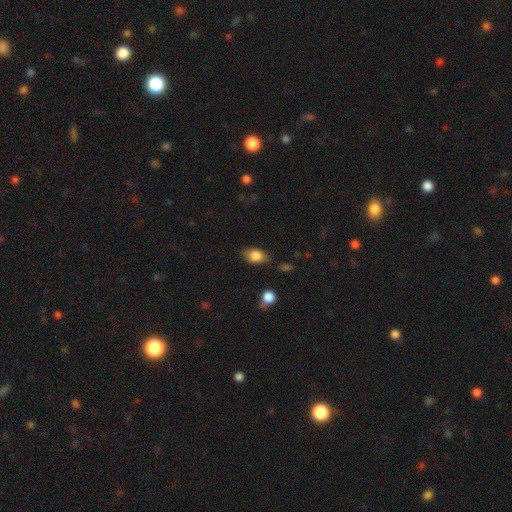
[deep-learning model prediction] Smooth or featured? Predicted: smooth (p=0.81). How rounded? Predicted: in between (p=0.84). Merging? Predicted: none (p=0.72).